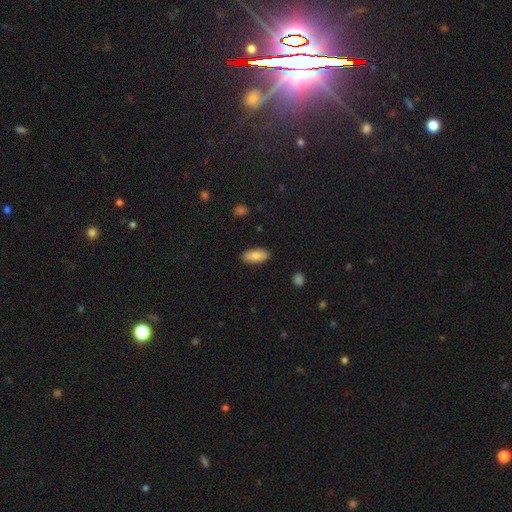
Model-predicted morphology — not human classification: smooth 85%, featured or disk 8%, star or artifact 6%. Down the decision tree: how rounded — in between (86%); merging — none (88%).